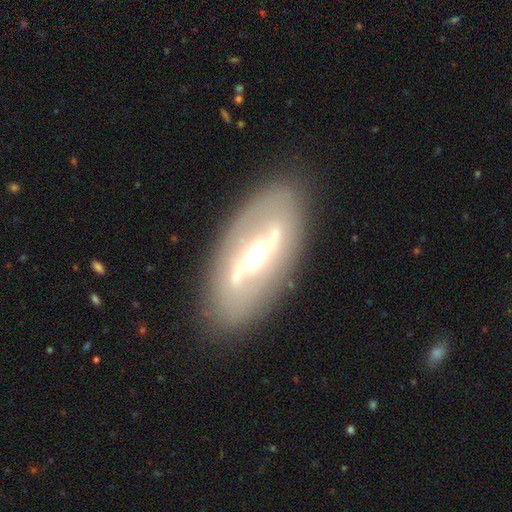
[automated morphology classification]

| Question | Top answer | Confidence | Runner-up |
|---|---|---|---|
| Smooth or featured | featured or disk | 74% | smooth (20%) |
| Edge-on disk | no | 86% | yes (14%) |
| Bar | strong | 47% | weak (34%) |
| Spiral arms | yes | 58% | no (42%) |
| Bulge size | moderate | 64% | large (17%) |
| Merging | none | 83% | minor disturbance (10%) |